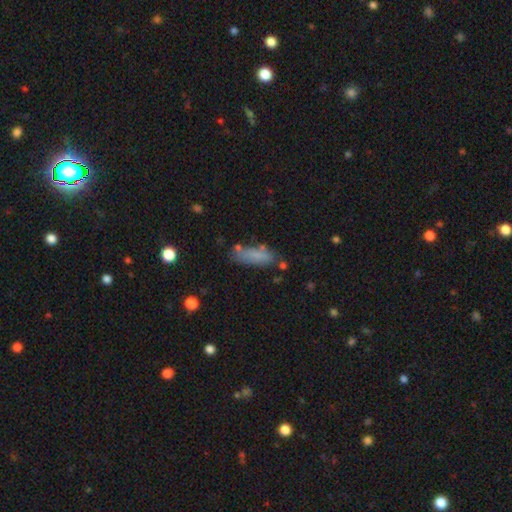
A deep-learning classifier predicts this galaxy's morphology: The model was most divided on "how rounded": in between: 57%, cigar-shaped: 41%, round: 2%. More confident: smooth or featured — smooth (79%); merging — none (66%).